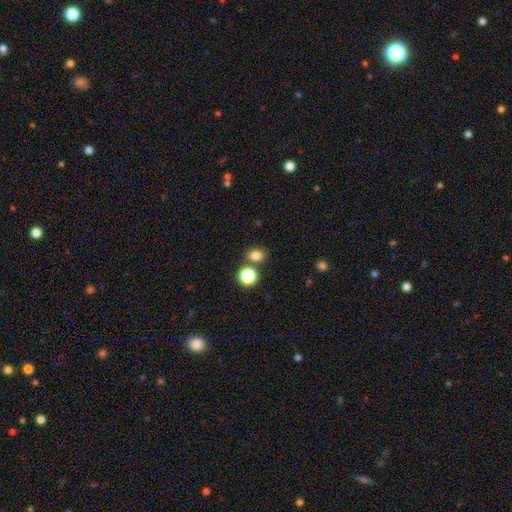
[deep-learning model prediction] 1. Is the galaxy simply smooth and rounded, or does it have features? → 79% smooth, 16% star or artifact, 5% featured or disk.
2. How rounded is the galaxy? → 57% round, 42% in between, 1% cigar-shaped.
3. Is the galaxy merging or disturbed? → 74% none, 14% merger, 9% minor disturbance, 3% major disturbance.